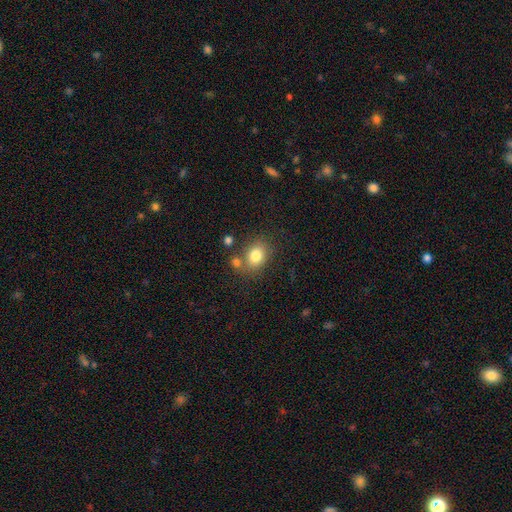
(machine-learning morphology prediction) Smooth or featured? Predicted: smooth (p=0.80). How rounded? Predicted: in between (p=0.54). Merging? Predicted: none (p=0.66).